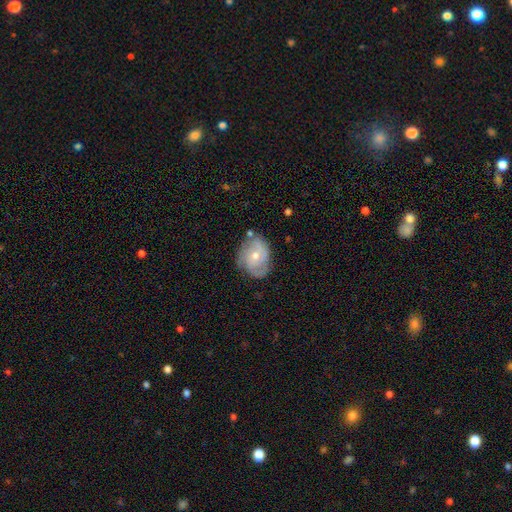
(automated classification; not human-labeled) smooth_or_featured: featured or disk (p=0.67) [alt: smooth p=0.27]
disk_edge_on: no (p=0.97) [alt: yes p=0.03]
bar: no (p=0.72) [alt: weak p=0.24]
has_spiral_arms: yes (p=0.84) [alt: no p=0.16]
spiral_winding: tight (p=0.44) [alt: medium p=0.40]
spiral_arm_count: 2 (p=0.36) [alt: can't tell p=0.26]
bulge_size: moderate (p=0.53) [alt: small p=0.44]
merging: none (p=0.63) [alt: minor disturbance p=0.25]